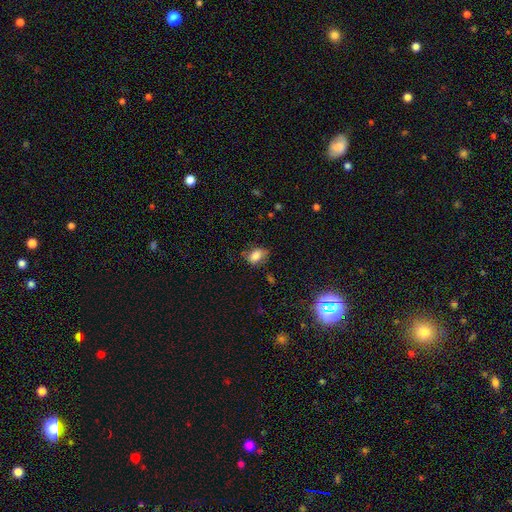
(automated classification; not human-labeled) A smooth galaxy with no disk features (75%) that is in between round and cigar-shaped (79%). Merging: none (62%).